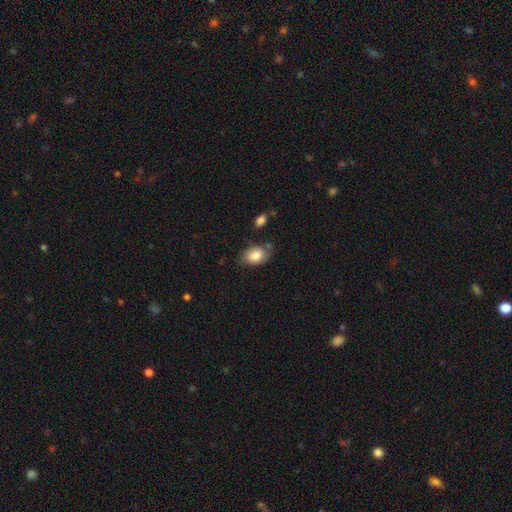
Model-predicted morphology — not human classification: Q: Smooth or featured?
A: smooth (79%); runner-up: featured or disk (14%)
Q: How rounded?
A: in between (82%); runner-up: round (17%)
Q: Merging?
A: none (65%); runner-up: minor disturbance (23%)